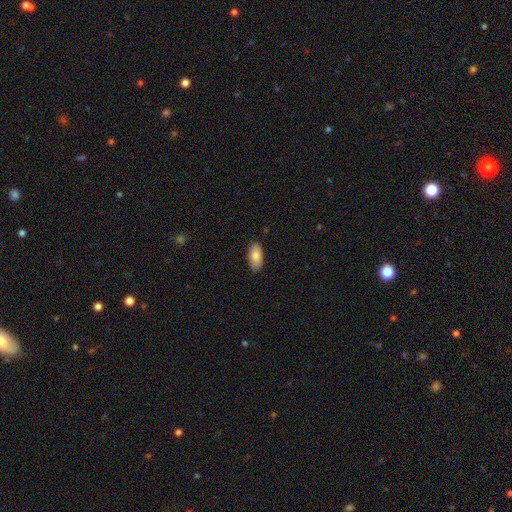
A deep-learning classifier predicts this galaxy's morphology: Q: Smooth or featured?
A: smooth (84%); runner-up: featured or disk (10%)
Q: How rounded?
A: in between (93%); runner-up: cigar-shaped (4%)
Q: Merging?
A: none (86%); runner-up: minor disturbance (11%)